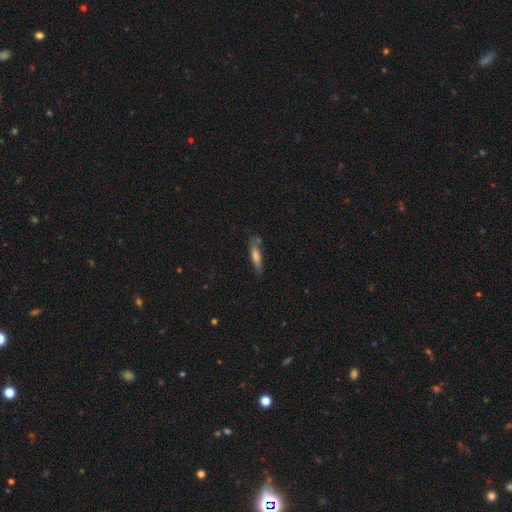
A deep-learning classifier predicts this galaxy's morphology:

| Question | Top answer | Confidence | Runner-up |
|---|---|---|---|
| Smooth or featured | smooth | 58% | featured or disk (34%) |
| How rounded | cigar-shaped | 78% | in between (20%) |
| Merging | none | 68% | minor disturbance (21%) |